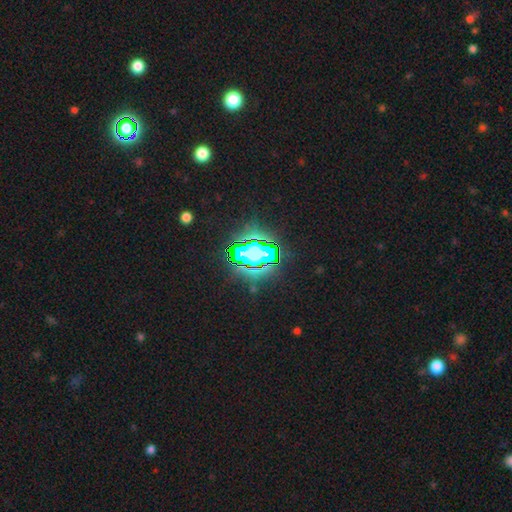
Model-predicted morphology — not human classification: The model was most divided on "smooth or featured": star or artifact: 81%, smooth: 11%, featured or disk: 9%.